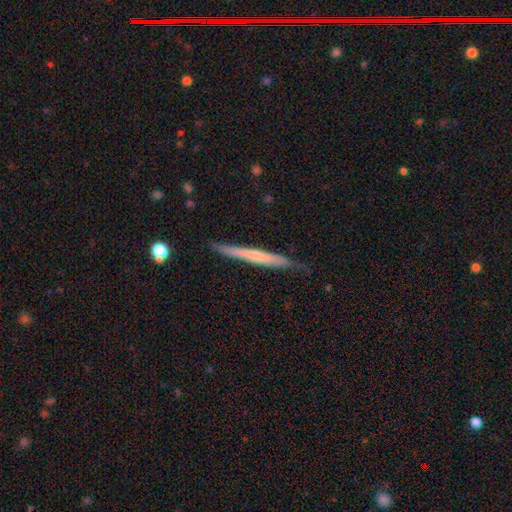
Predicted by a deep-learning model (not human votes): Morphology: type=featured or disk (47%, tied with smooth); merging=none (82%).